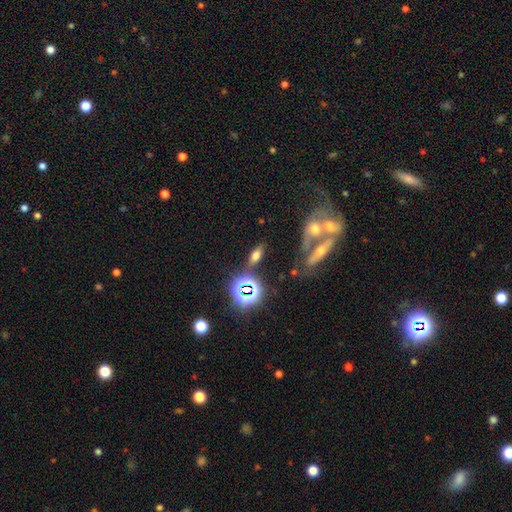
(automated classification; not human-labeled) This appears to be a smooth galaxy with no disk features (60%) that is in between round and cigar-shaped (73%). Merging: none (71%).